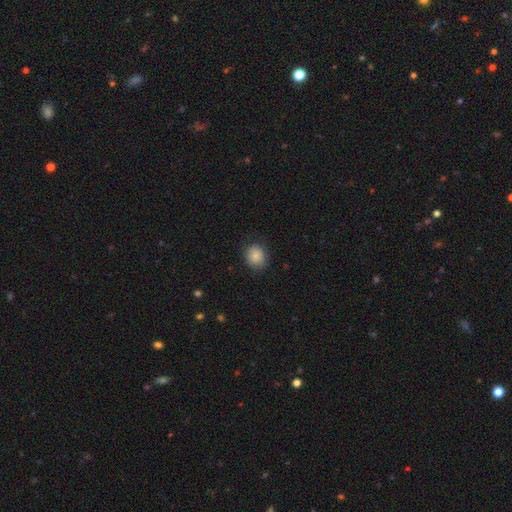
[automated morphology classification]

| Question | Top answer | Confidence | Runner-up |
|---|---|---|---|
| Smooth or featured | smooth | 86% | star or artifact (8%) |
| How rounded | round | 74% | in between (25%) |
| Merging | none | 83% | minor disturbance (13%) |